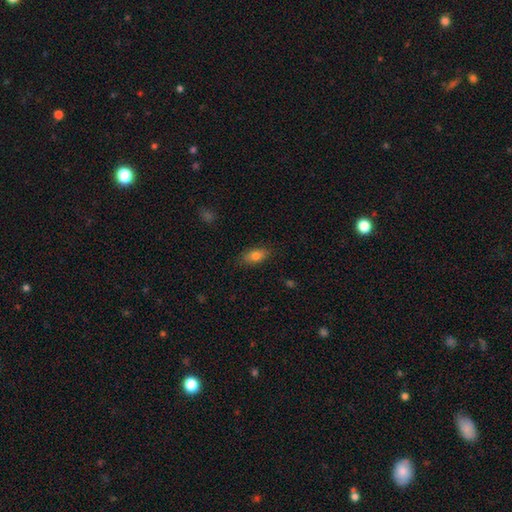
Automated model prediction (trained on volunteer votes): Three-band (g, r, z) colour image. It shows a smooth galaxy with no disk features (80%) that is in between round and cigar-shaped (87%). Merging: none (84%).